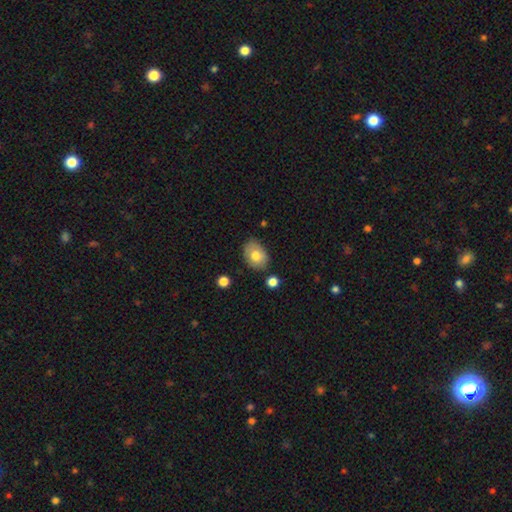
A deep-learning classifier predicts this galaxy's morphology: The model was most divided on "how rounded": in between: 73%, round: 26%, cigar-shaped: 1%. More confident: smooth or featured — smooth (75%); merging — none (73%).